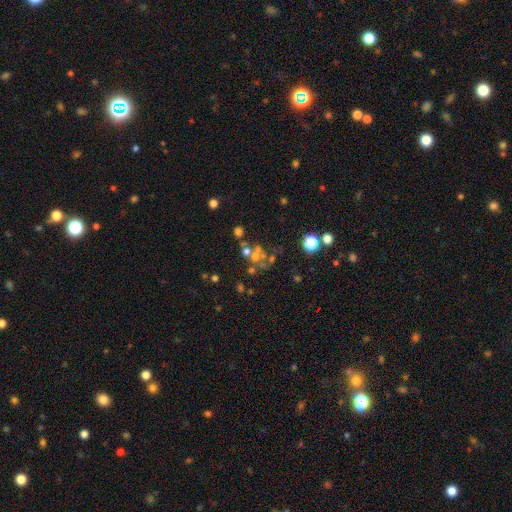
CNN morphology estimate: star or artifact 44%, featured or disk 28%, smooth 28%.